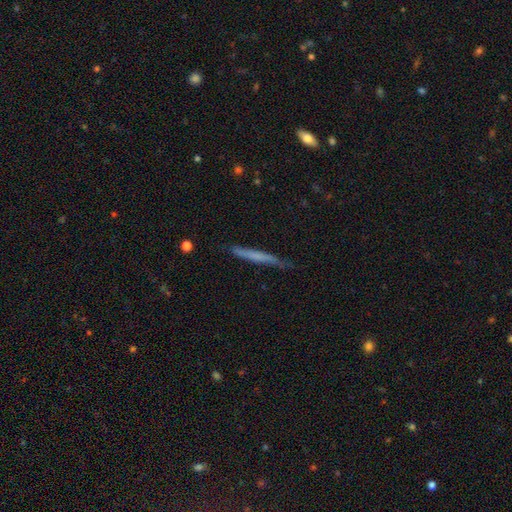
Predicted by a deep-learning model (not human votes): This is possibly a smooth galaxy (54%). How rounded: clearly cigar-shaped (96%). Merging: likely none (78%).